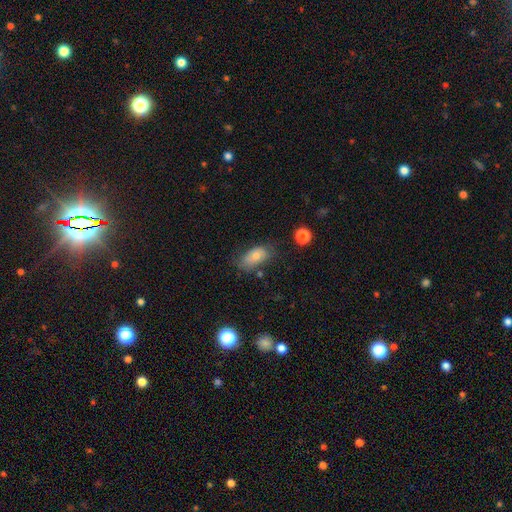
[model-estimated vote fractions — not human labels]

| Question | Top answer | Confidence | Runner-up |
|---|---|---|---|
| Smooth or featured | smooth | 69% | featured or disk (20%) |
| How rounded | in between | 89% | round (7%) |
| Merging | none | 64% | minor disturbance (25%) |